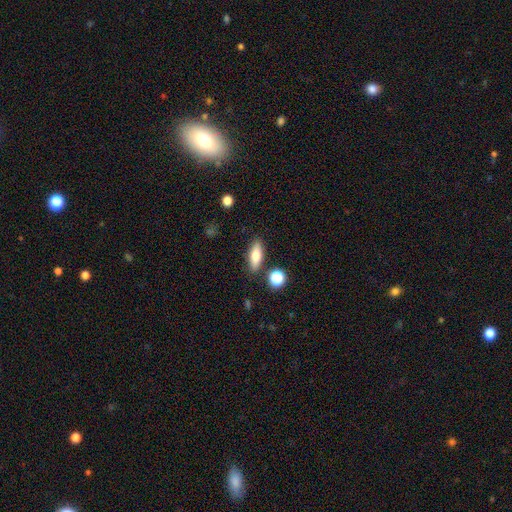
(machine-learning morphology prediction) Smooth or featured? Predicted: smooth (p=0.72). How rounded? Predicted: in between (p=0.57). Merging? Predicted: none (p=0.84).